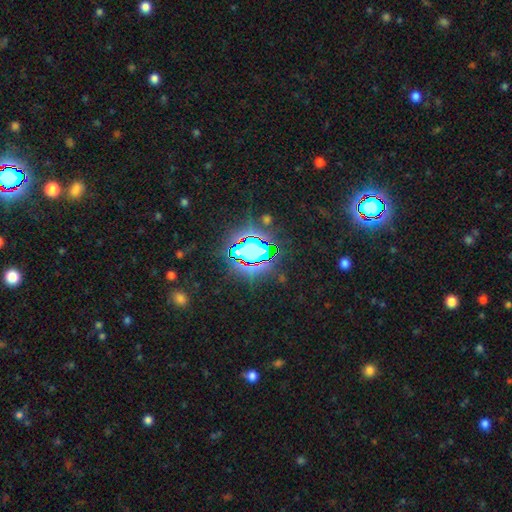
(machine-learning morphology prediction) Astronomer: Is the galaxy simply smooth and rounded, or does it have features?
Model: star or artifact — 73%.